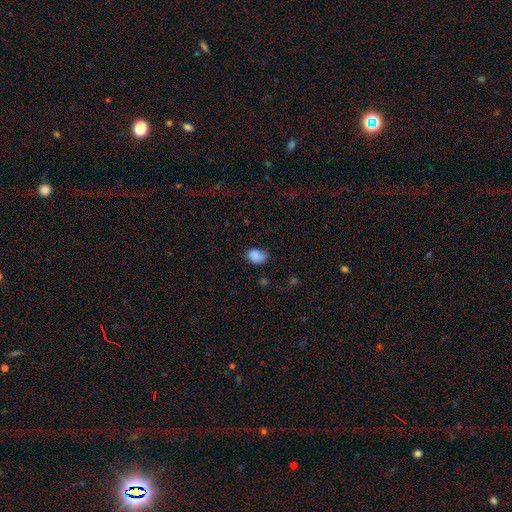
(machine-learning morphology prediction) The model was most divided on "merging": none: 45%, minor disturbance: 37%, major disturbance: 14%, merger: 4%. More confident: smooth or featured — smooth (83%); how rounded — in between (69%).